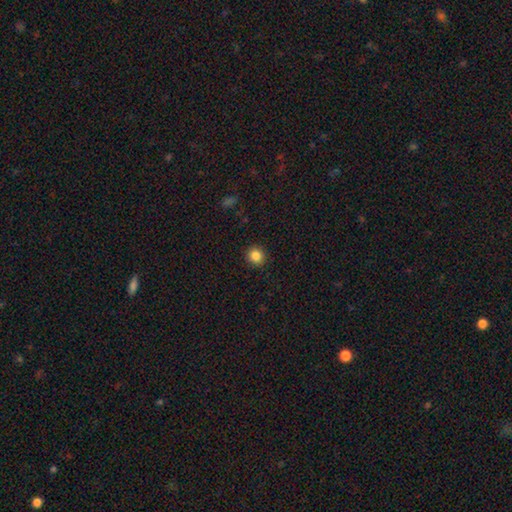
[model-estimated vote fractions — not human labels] Overall: smooth (86%). How rounded: round (91%). Merging: none (92%).